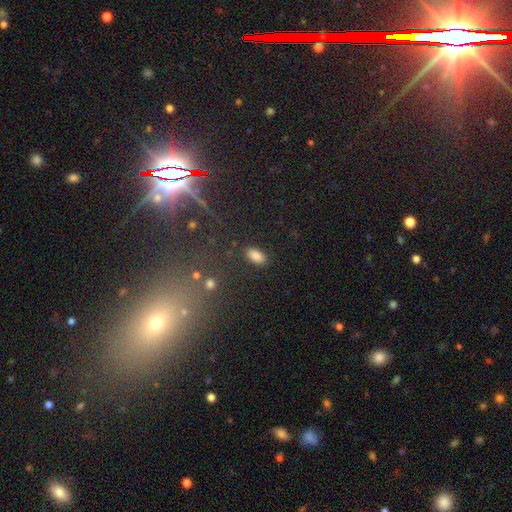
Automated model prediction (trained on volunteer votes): smooth-or-featured: smooth: 84% | star or artifact: 10% | featured or disk: 5%
  how-rounded: in between: 91% | cigar-shaped: 5% | round: 4%
  merging: none: 87% | minor disturbance: 8% | major disturbance: 2% | merger: 2%